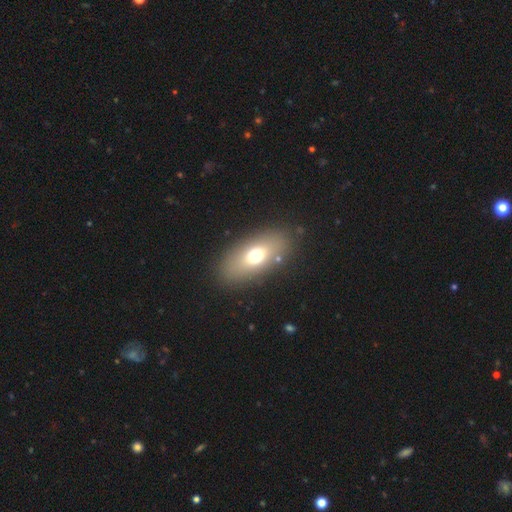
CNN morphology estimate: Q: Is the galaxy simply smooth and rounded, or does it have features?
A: smooth — 67%.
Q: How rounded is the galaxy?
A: in between — 85%.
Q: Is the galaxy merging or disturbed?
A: none — 86%.